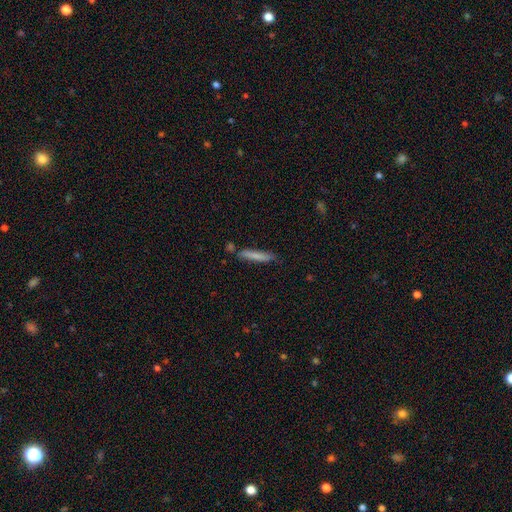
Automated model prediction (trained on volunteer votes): The model was most divided on "smooth or featured": smooth: 75%, featured or disk: 19%, star or artifact: 6%. More confident: how rounded — cigar-shaped (92%); merging — none (77%).